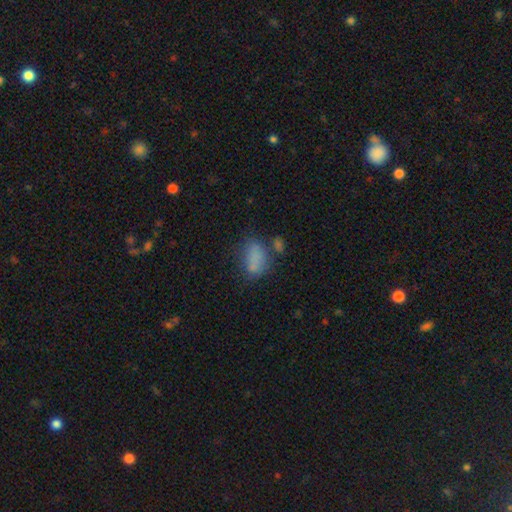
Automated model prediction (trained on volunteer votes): The model was most divided on "merging": none: 48%, minor disturbance: 22%, merger: 18%, major disturbance: 13%. More confident: how rounded — in between (84%); smooth or featured — smooth (76%).